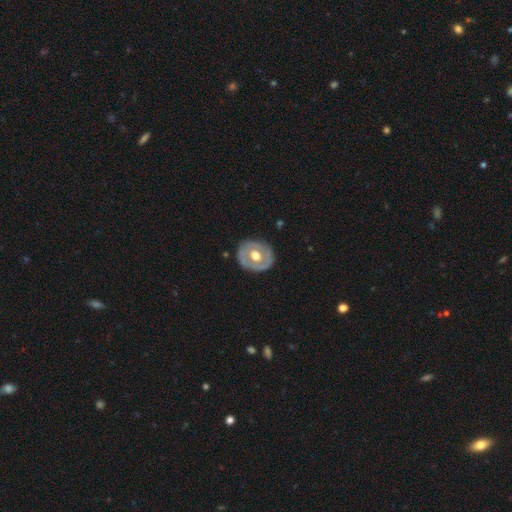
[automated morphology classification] The model was most divided on "spiral arms": no: 63%, yes: 37%. More confident: edge-on disk — no (95%); merging — none (79%); bar — no (78%); bulge size — moderate (69%); smooth or featured — featured or disk (64%).